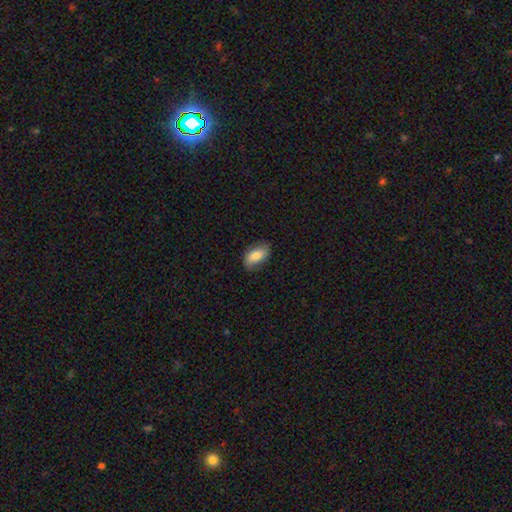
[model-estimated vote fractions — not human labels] Smooth or featured: smooth — 73% (featured or disk — 20%)
How rounded: in between — 91% (round — 6%)
Merging: none — 77% (minor disturbance — 18%)